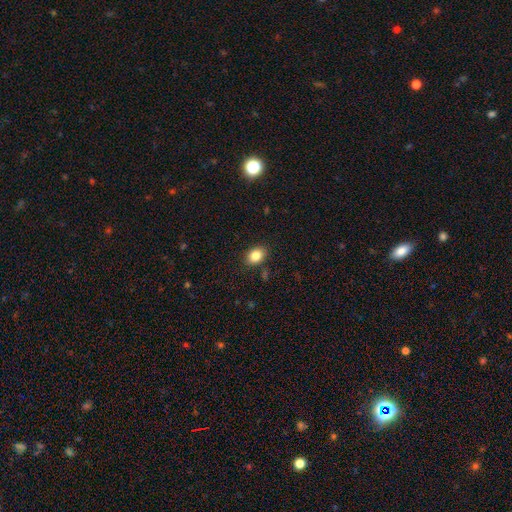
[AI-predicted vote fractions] smooth-or-featured: smooth: 85% | star or artifact: 9% | featured or disk: 6%
  how-rounded: in between: 73% | round: 26% | cigar-shaped: 1%
  merging: none: 87% | minor disturbance: 9% | major disturbance: 2% | merger: 2%